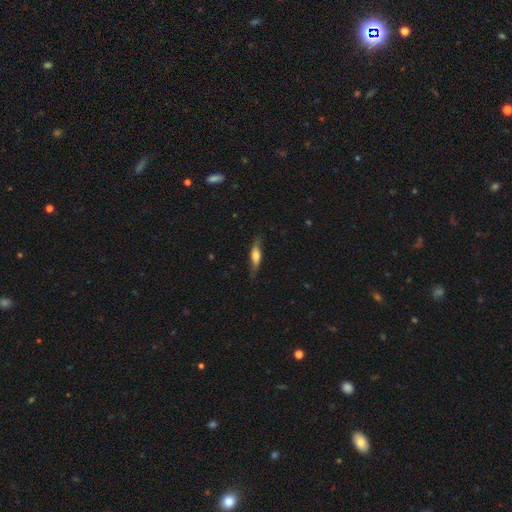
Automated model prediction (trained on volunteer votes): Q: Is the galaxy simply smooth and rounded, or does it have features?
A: featured or disk — 47%.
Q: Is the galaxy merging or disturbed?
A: none — 74%.